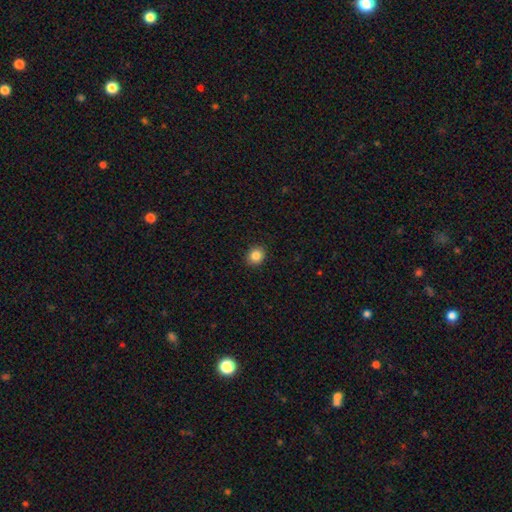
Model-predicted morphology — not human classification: Smooth or featured? smooth (85%)
How rounded? round (78%)
Merging? none (92%)